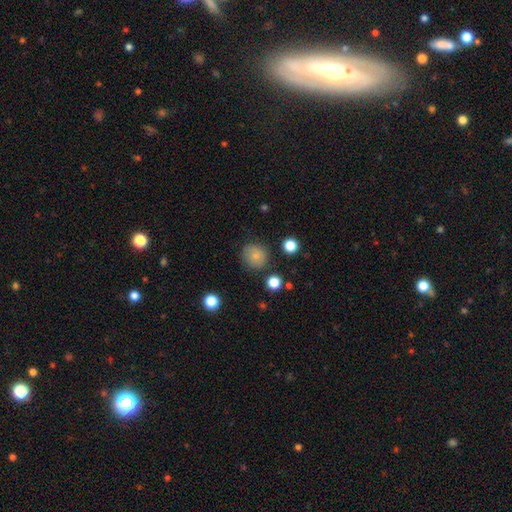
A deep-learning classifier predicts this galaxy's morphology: smooth-or-featured: smooth: 82% | star or artifact: 11% | featured or disk: 8%
  how-rounded: round: 90% | in between: 9% | cigar-shaped: 1%
  merging: none: 82% | minor disturbance: 12% | major disturbance: 4% | merger: 2%